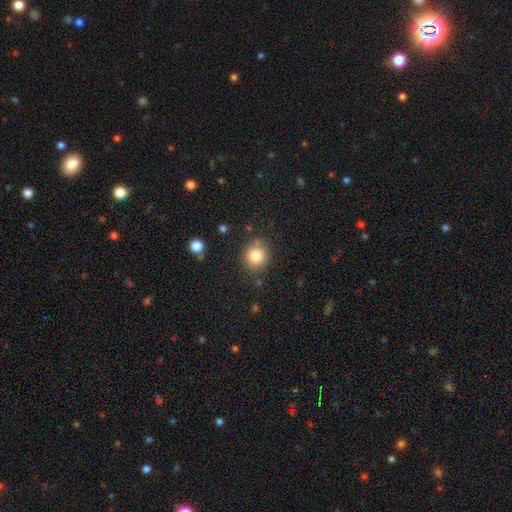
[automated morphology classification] A smooth galaxy with no disk features (82%) that is round (79%). Merging: none (82%).